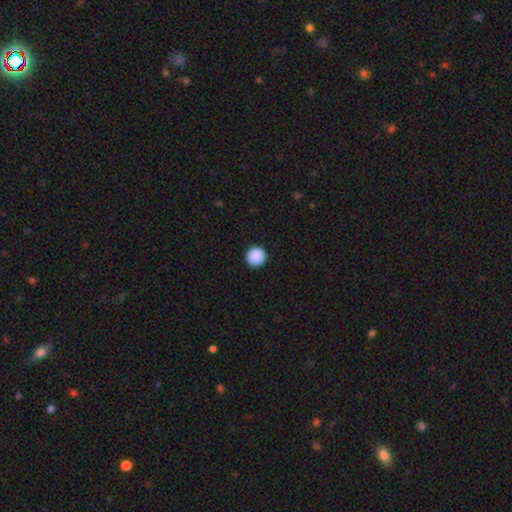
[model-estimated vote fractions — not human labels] Smooth or featured? smooth (90%)
How rounded? round (96%)
Merging? none (93%)